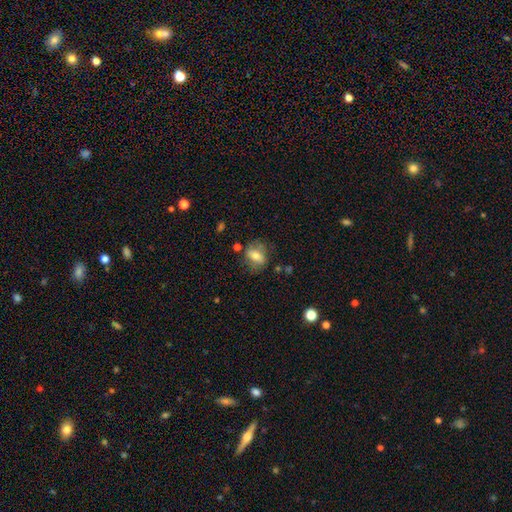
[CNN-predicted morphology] A smooth galaxy with no disk features (61%) that is in between round and cigar-shaped (71%).

Vote fractions:
- Smooth or featured? smooth: 61% / featured or disk: 30% / star or artifact: 9%
- How rounded? in between: 71% / round: 24% / cigar-shaped: 4%
- Merging? none: 63% / minor disturbance: 22% / major disturbance: 11% / merger: 4%